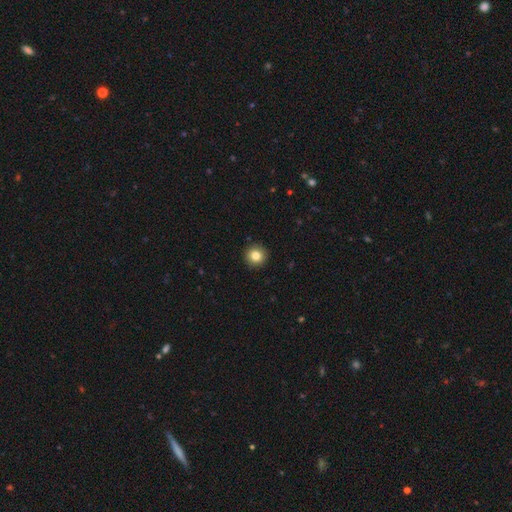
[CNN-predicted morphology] Q: Smooth or featured?
A: smooth (83%); runner-up: star or artifact (10%)
Q: How rounded?
A: round (95%); runner-up: in between (4%)
Q: Merging?
A: none (93%); runner-up: minor disturbance (5%)